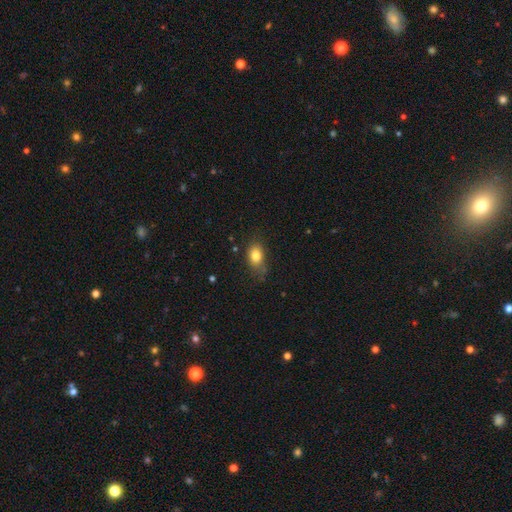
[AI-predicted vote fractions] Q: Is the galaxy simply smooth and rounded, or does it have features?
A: smooth — 80%.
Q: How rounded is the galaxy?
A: in between — 76%.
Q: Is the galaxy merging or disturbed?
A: none — 64%.